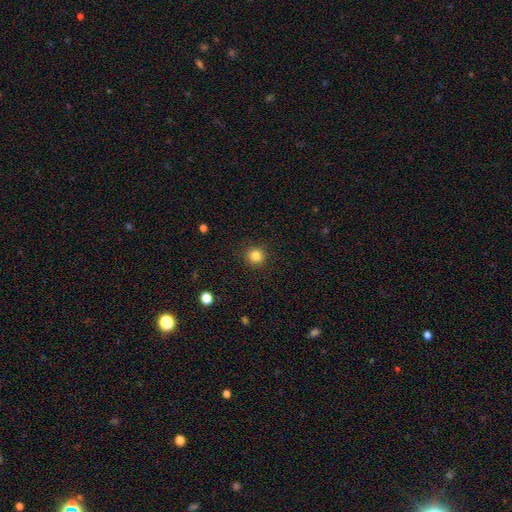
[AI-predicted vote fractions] A smooth galaxy with no disk features (83%) that is round (93%).

Vote fractions:
- Smooth or featured? smooth: 83% / star or artifact: 12% / featured or disk: 5%
- How rounded? round: 93% / in between: 6% / cigar-shaped: 1%
- Merging? none: 92% / minor disturbance: 6% / major disturbance: 2% / merger: 1%